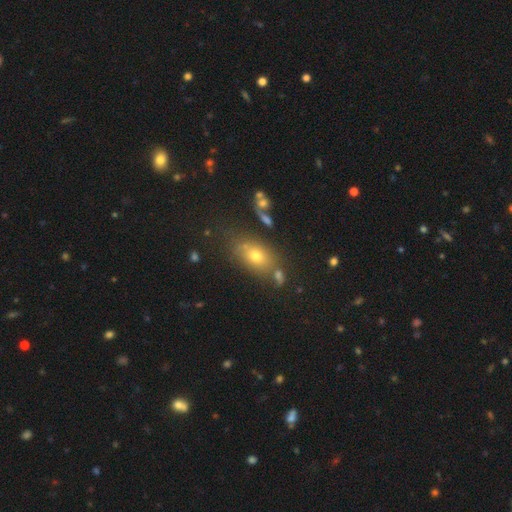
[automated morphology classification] smooth_or_featured: smooth (p=0.68) [alt: featured or disk p=0.17]
how_rounded: in between (p=0.79) [alt: round p=0.18]
merging: none (p=0.67) [alt: minor disturbance p=0.16]